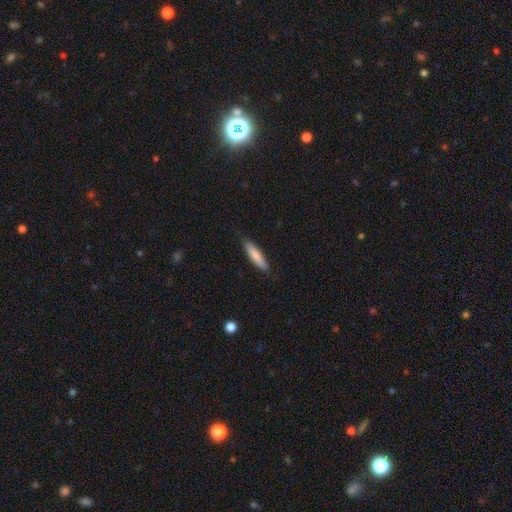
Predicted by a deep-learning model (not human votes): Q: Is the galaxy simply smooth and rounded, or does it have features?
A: smooth — 80%.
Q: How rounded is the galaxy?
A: cigar-shaped — 77%.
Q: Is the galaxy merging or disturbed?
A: none — 85%.